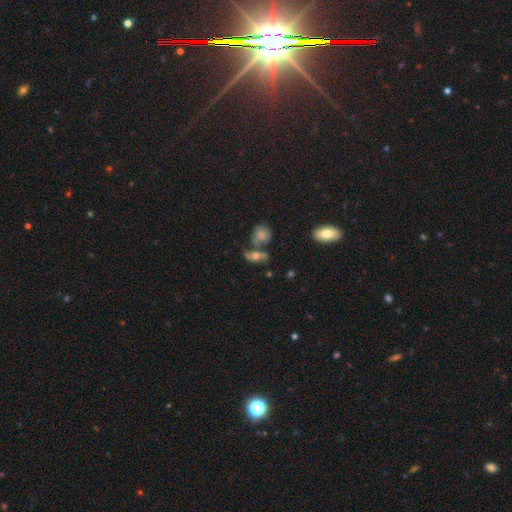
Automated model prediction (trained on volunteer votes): Smooth or featured? featured or disk (48%)
Merging? none (43%)